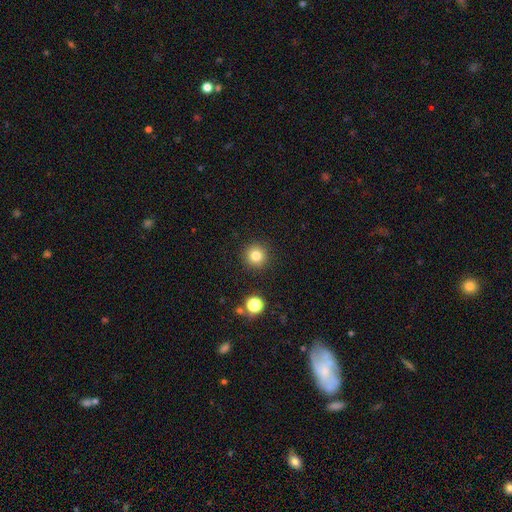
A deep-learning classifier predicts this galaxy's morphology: The model was most divided on "smooth or featured": smooth: 80%, star or artifact: 13%, featured or disk: 7%. More confident: how rounded — round (95%); merging — none (91%).